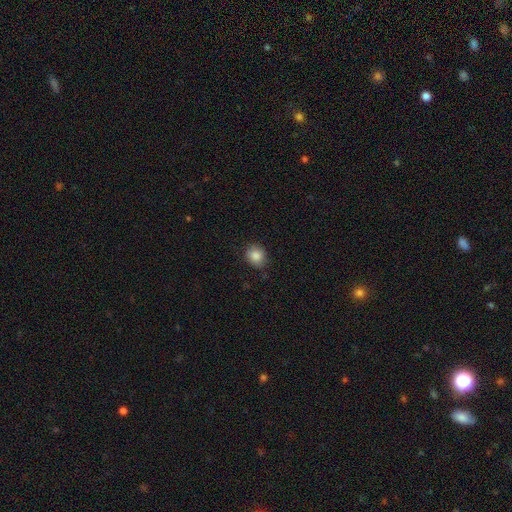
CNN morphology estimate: This is clearly a smooth galaxy (87%). How rounded: likely round (71%). Merging: clearly none (82%).